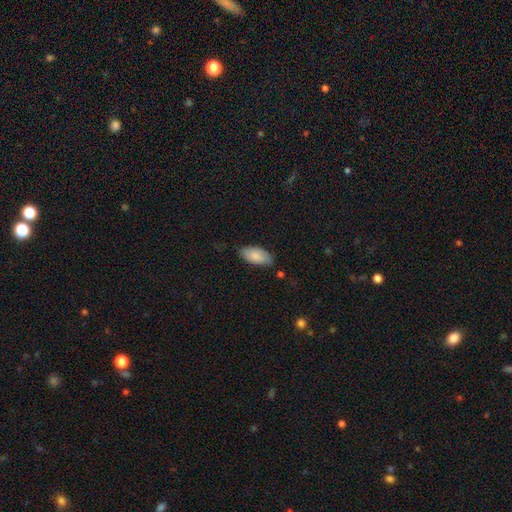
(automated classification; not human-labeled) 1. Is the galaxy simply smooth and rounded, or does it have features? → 81% smooth, 13% featured or disk, 6% star or artifact.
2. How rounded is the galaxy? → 93% in between, 4% cigar-shaped, 2% round.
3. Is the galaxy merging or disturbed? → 70% none, 25% minor disturbance, 4% major disturbance, 2% merger.